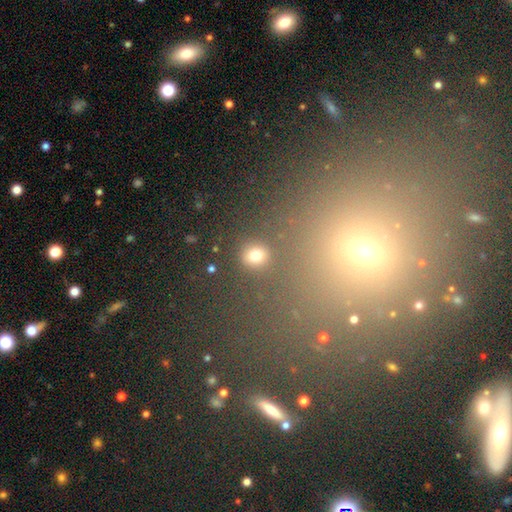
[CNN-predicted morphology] Smooth or featured?
  - smooth: 73% *
  - star or artifact: 20%
  - featured or disk: 6%
How rounded?
  - round: 79% *
  - in between: 19%
  - cigar-shaped: 2%
Merging?
  - none: 84% *
  - minor disturbance: 8%
  - merger: 4%
  - major disturbance: 4%